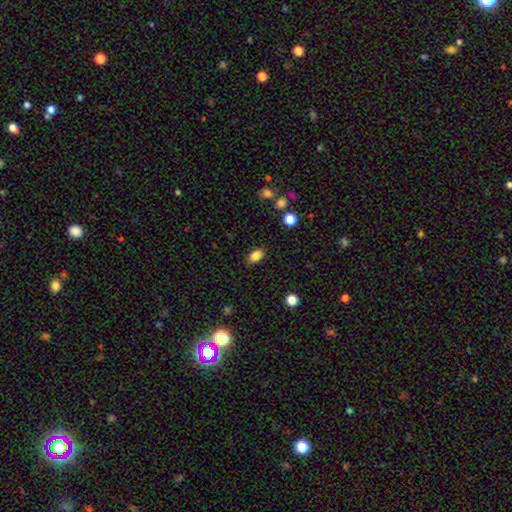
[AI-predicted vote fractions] This is clearly a smooth galaxy (85%). How rounded: clearly in between (86%). Merging: clearly none (87%).